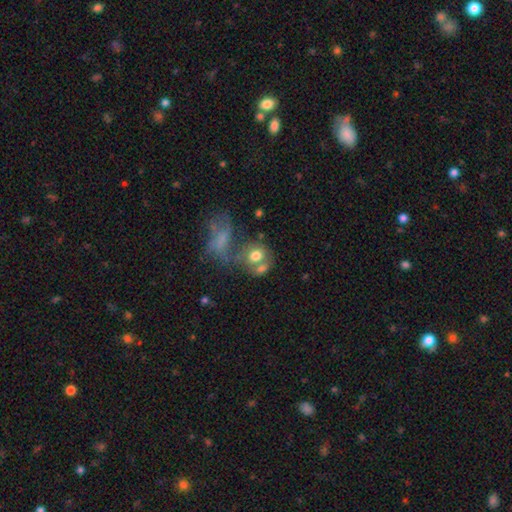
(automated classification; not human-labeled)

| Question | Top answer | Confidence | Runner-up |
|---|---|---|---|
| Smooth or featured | smooth | 68% | featured or disk (21%) |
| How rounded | round | 55% | in between (43%) |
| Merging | merger | 47% | none (31%) |